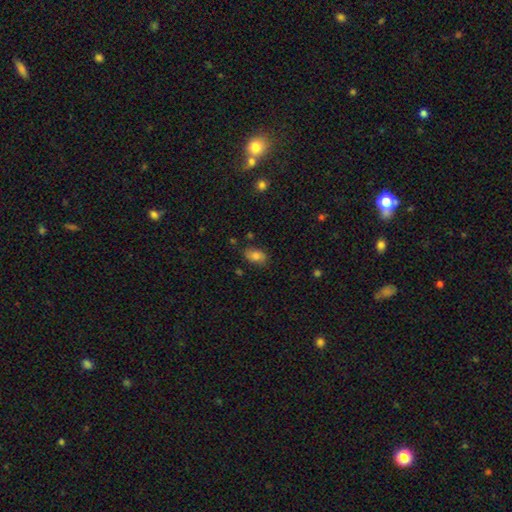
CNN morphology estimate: A smooth galaxy with no disk features (82%) that is in between round and cigar-shaped (89%).

Vote fractions:
- Smooth or featured? smooth: 82% / star or artifact: 9% / featured or disk: 9%
- How rounded? in between: 89% / round: 9% / cigar-shaped: 2%
- Merging? none: 77% / minor disturbance: 17% / major disturbance: 4% / merger: 3%